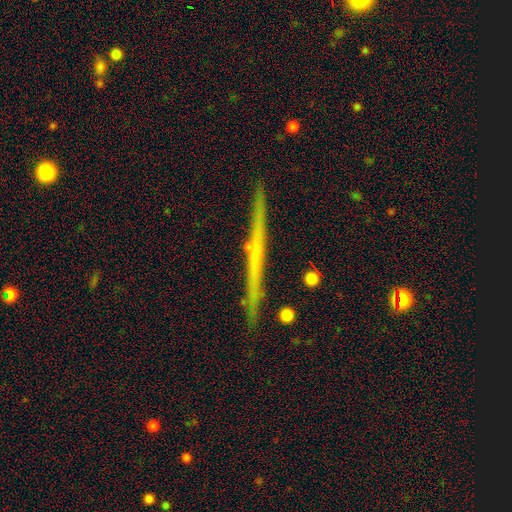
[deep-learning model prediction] Smooth or featured? Predicted: featured or disk (p=0.61). Edge-on disk? Predicted: yes (p=0.97). Edge-on bulge? Predicted: none (p=0.85). Merging? Predicted: none (p=0.90).